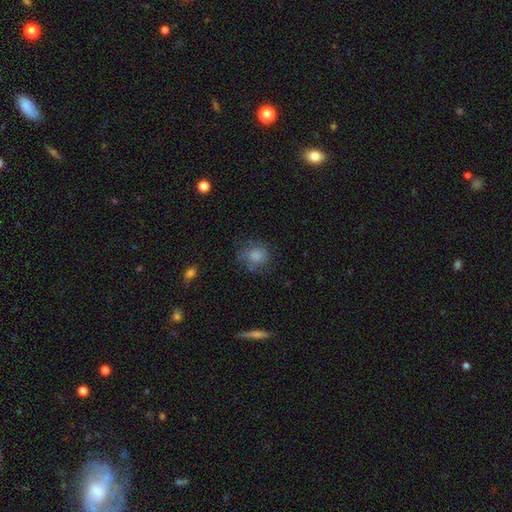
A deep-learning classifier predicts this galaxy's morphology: smooth_or_featured: smooth (p=0.78) [alt: featured or disk p=0.12]
how_rounded: round (p=0.75) [alt: in between p=0.24]
merging: none (p=0.62) [alt: minor disturbance p=0.24]